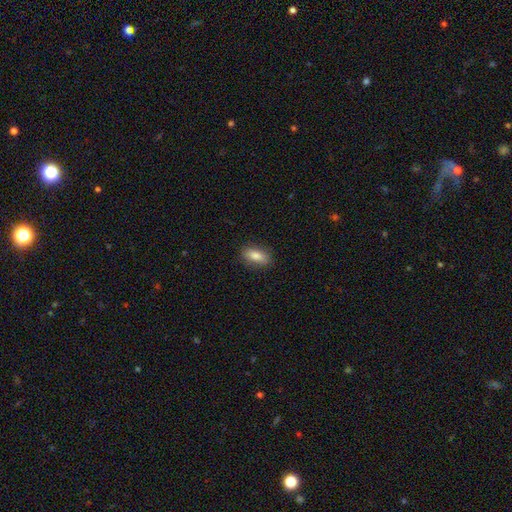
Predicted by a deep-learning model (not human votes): A smooth galaxy with no disk features (84%) that is in between round and cigar-shaped (85%). Merging: none (86%).